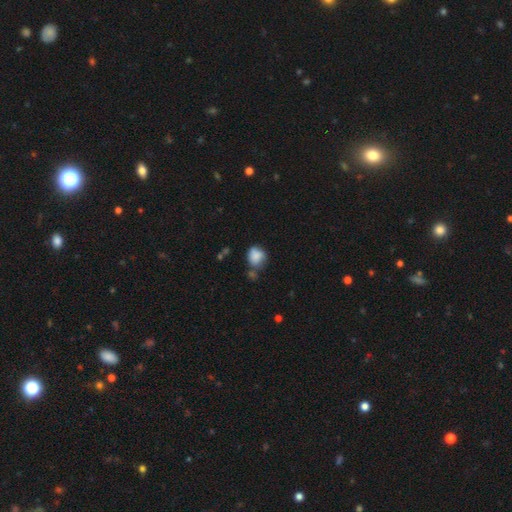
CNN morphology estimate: A smooth galaxy with no disk features (80%) that is round (58%). Merging: none (44%).